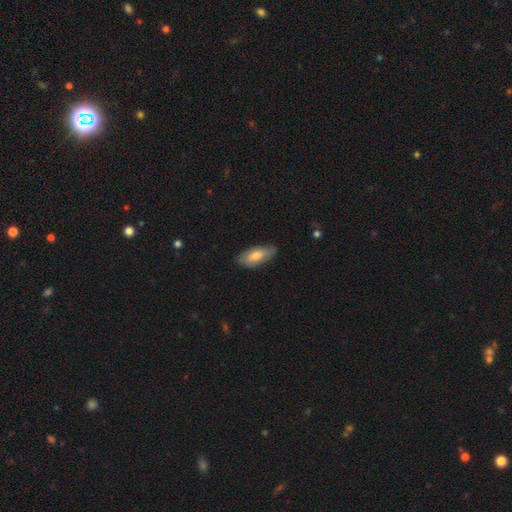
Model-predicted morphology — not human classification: Smooth or featured?
  - smooth: 73% *
  - featured or disk: 21%
  - star or artifact: 6%
How rounded?
  - in between: 82% *
  - cigar-shaped: 16%
  - round: 2%
Merging?
  - none: 77% *
  - minor disturbance: 19%
  - major disturbance: 3%
  - merger: 1%